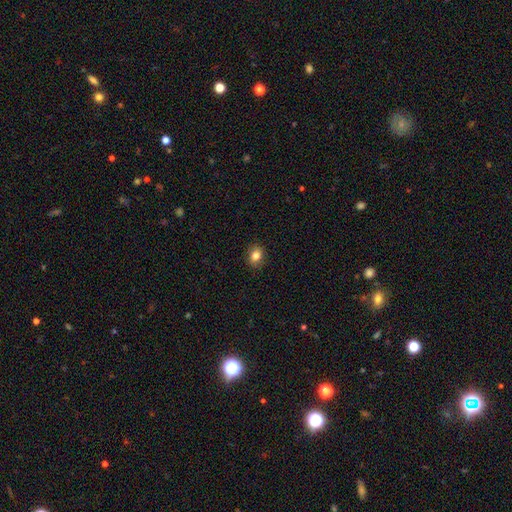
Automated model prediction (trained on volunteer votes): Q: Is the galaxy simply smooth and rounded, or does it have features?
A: smooth — 83%.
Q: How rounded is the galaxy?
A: in between — 50%.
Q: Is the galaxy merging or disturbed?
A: none — 89%.